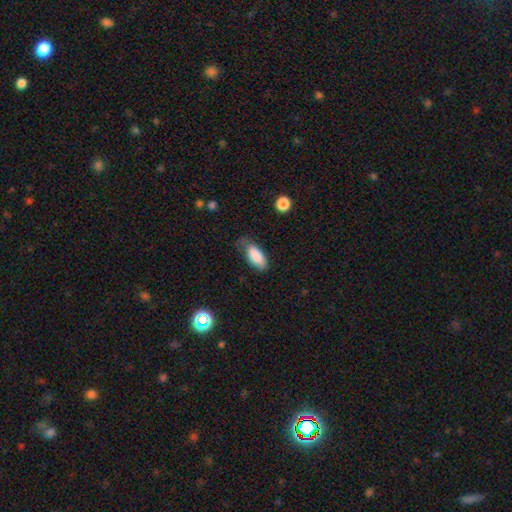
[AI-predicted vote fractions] Q: Smooth or featured?
A: smooth (86%); runner-up: featured or disk (8%)
Q: How rounded?
A: in between (88%); runner-up: cigar-shaped (10%)
Q: Merging?
A: none (52%); runner-up: minor disturbance (34%)